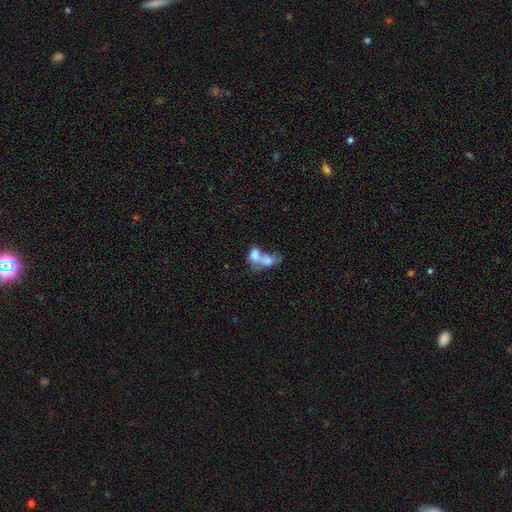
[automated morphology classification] Q: Smooth or featured?
A: smooth (64%); runner-up: featured or disk (27%)
Q: How rounded?
A: in between (76%); runner-up: round (21%)
Q: Merging?
A: merger (77%); runner-up: none (10%)